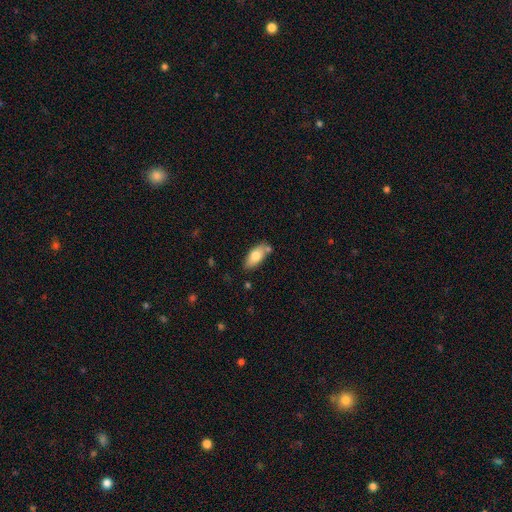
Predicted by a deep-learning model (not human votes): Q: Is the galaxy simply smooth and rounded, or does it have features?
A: smooth — 74%.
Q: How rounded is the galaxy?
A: in between — 88%.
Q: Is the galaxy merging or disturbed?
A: none — 70%.